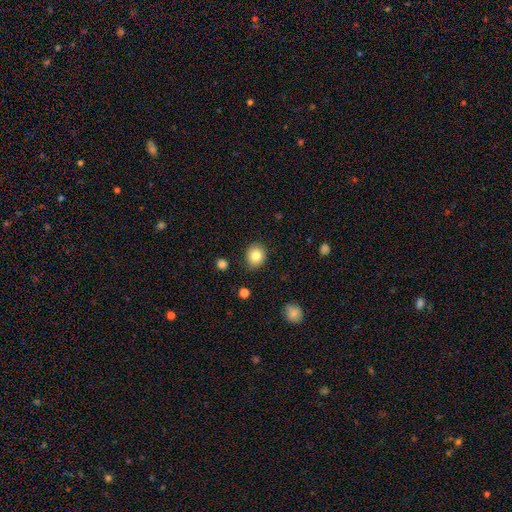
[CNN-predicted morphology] Smooth or featured?
  - smooth: 81% *
  - star or artifact: 10%
  - featured or disk: 9%
How rounded?
  - round: 72% *
  - in between: 27%
  - cigar-shaped: 1%
Merging?
  - none: 86% *
  - minor disturbance: 10%
  - major disturbance: 2%
  - merger: 2%